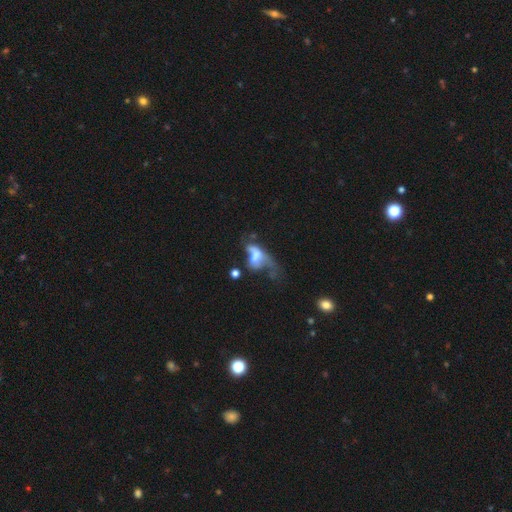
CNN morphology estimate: Q: Smooth or featured?
A: featured or disk (45%); runner-up: smooth (42%)
Q: Merging?
A: major disturbance (46%); runner-up: merger (29%)